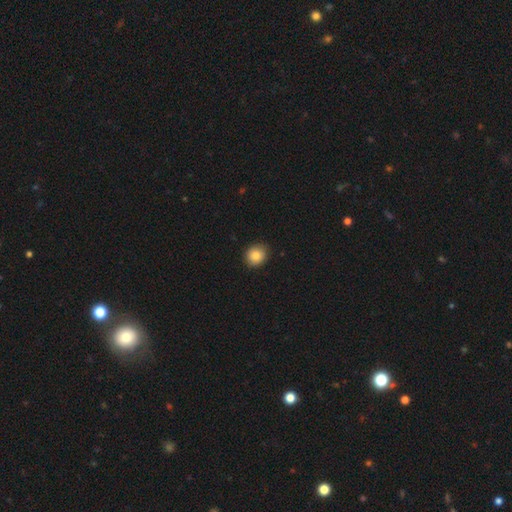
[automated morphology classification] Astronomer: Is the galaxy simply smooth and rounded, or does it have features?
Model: smooth — 86%.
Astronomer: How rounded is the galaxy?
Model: round — 78%.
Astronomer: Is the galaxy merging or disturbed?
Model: none — 87%.